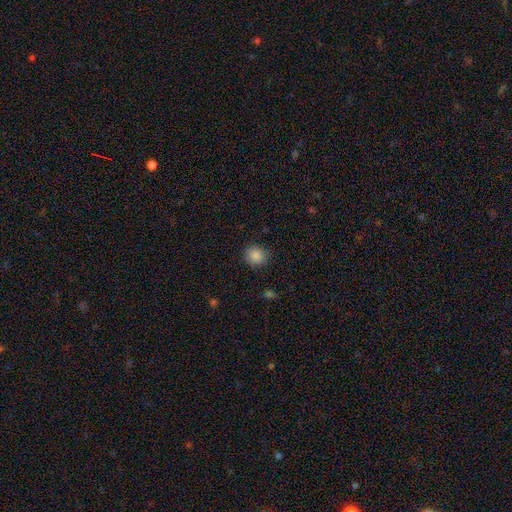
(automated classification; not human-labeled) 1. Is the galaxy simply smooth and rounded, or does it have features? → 86% smooth, 10% star or artifact, 5% featured or disk.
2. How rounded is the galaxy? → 82% round, 17% in between, 1% cigar-shaped.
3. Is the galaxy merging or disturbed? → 86% none, 10% minor disturbance, 3% major disturbance, 1% merger.